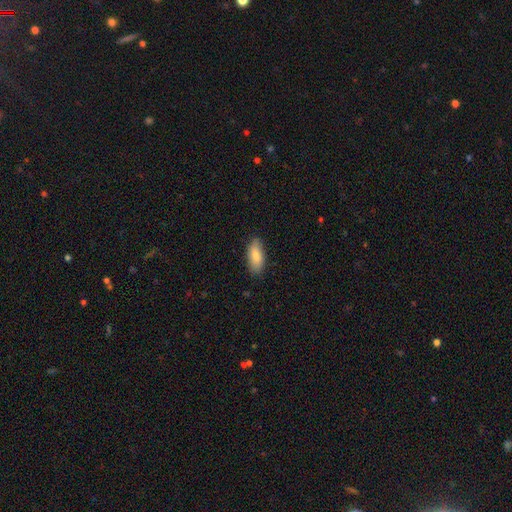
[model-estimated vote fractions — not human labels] This is clearly a smooth galaxy (81%). How rounded: clearly in between (86%). Merging: clearly none (83%).